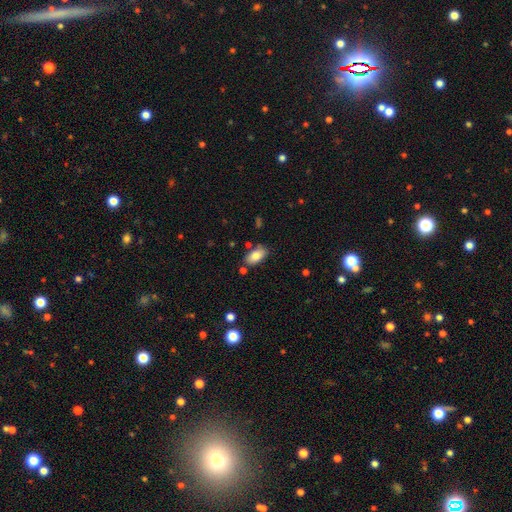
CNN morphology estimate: smooth_or_featured: smooth (p=0.83) [alt: featured or disk p=0.10]
how_rounded: in between (p=0.93) [alt: round p=0.04]
merging: none (p=0.76) [alt: minor disturbance p=0.14]